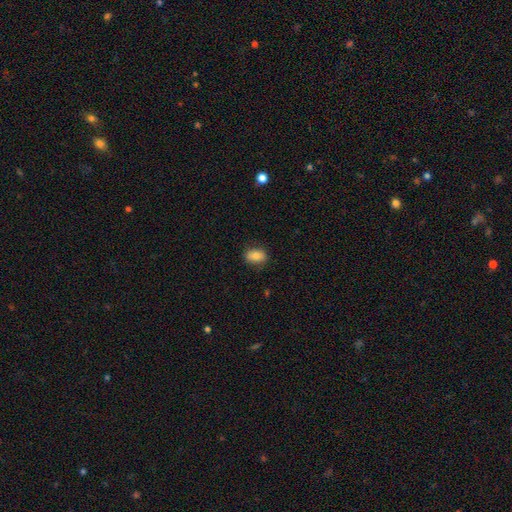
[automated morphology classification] A smooth galaxy with no disk features (81%) that is in between round and cigar-shaped (81%). Merging: none (83%).